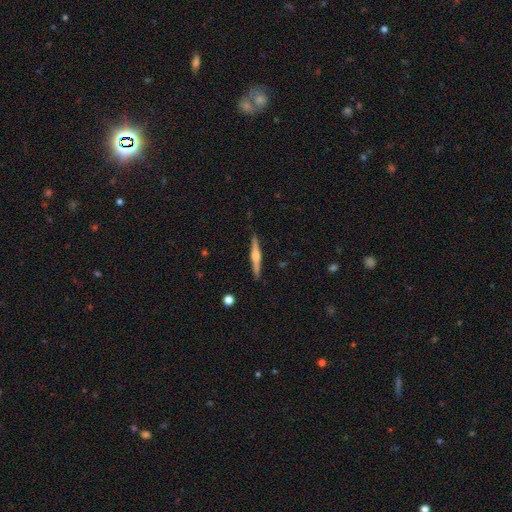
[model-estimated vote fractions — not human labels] Overall: featured or disk (72%). Edge-on disk: yes (98%). Edge-on bulge: rounded (82%). Merging: none (91%).